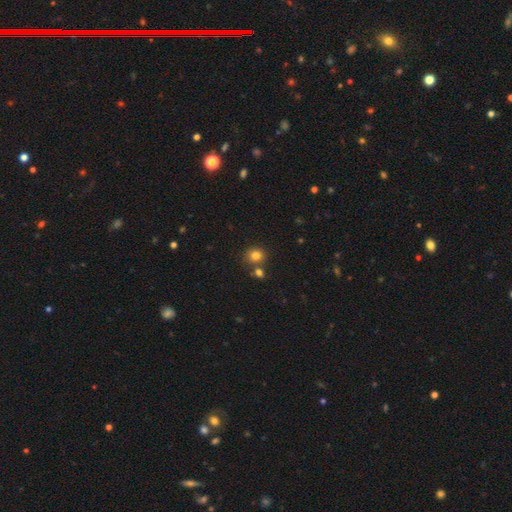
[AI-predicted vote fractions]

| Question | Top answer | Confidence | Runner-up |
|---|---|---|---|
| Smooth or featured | smooth | 80% | star or artifact (14%) |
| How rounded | round | 83% | in between (16%) |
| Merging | none | 72% | merger (17%) |